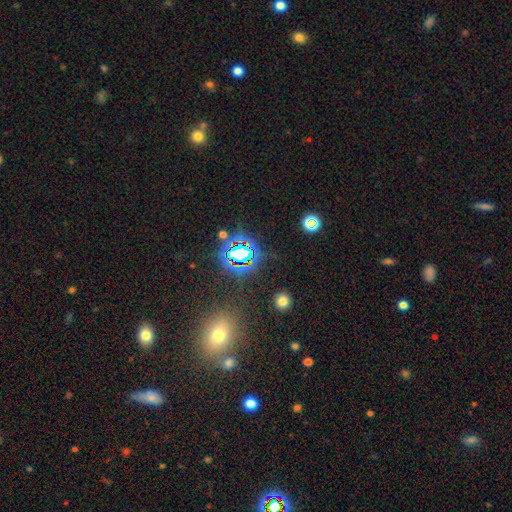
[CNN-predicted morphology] Smooth or featured? Predicted: star or artifact (p=0.65).